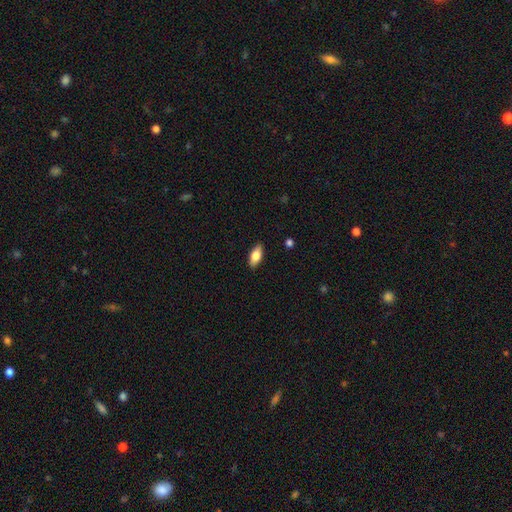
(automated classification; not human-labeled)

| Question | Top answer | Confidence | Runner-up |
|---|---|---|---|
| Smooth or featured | smooth | 78% | featured or disk (16%) |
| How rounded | in between | 87% | cigar-shaped (11%) |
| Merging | none | 88% | minor disturbance (9%) |